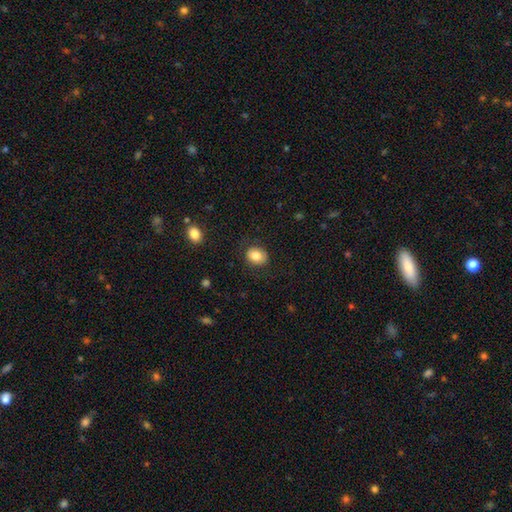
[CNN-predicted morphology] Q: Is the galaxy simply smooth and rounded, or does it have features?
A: smooth — 83%.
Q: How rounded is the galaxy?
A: round — 55%.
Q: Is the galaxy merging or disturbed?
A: none — 83%.